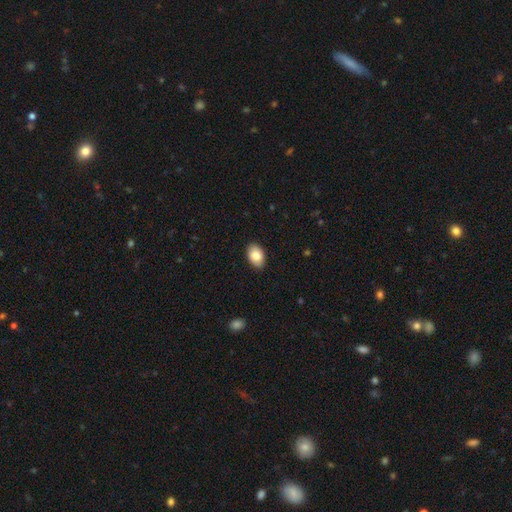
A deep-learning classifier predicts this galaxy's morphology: smooth-or-featured: smooth: 84% | featured or disk: 9% | star or artifact: 7%
  how-rounded: in between: 89% | round: 10% | cigar-shaped: 1%
  merging: none: 88% | minor disturbance: 9% | major disturbance: 2% | merger: 1%